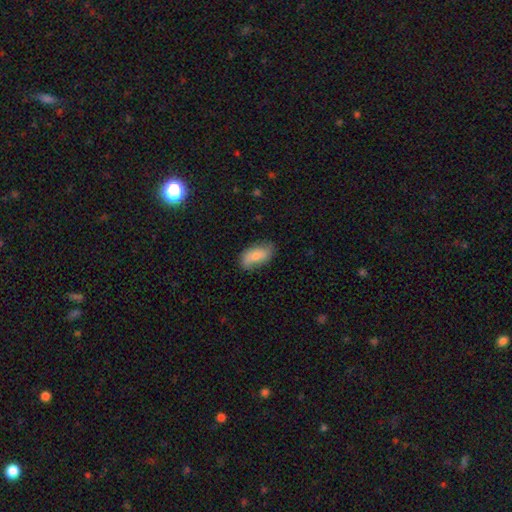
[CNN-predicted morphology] smooth-or-featured: smooth: 72% | featured or disk: 21% | star or artifact: 7%
  how-rounded: in between: 90% | cigar-shaped: 6% | round: 4%
  merging: none: 68% | minor disturbance: 24% | major disturbance: 6% | merger: 2%